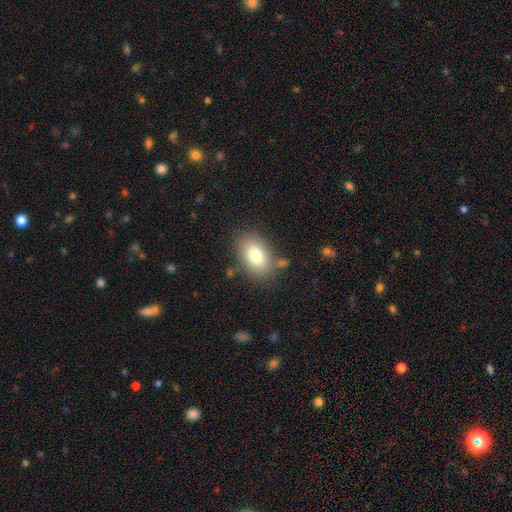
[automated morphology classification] type=smooth (79%); roundness=in between (88%); merging=none (77%).